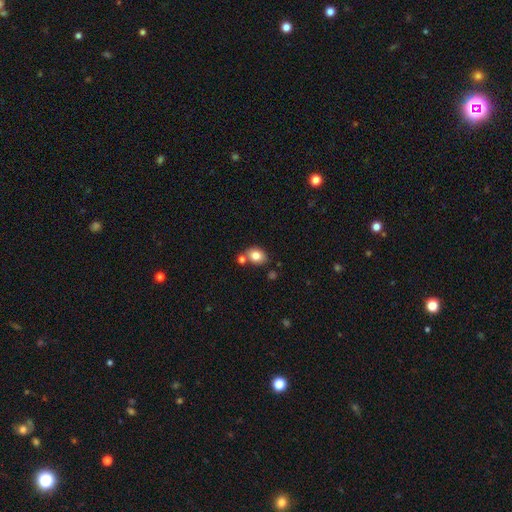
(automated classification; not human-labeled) Smooth or featured? Predicted: smooth (p=0.81). How rounded? Predicted: in between (p=0.61). Merging? Predicted: none (p=0.68).